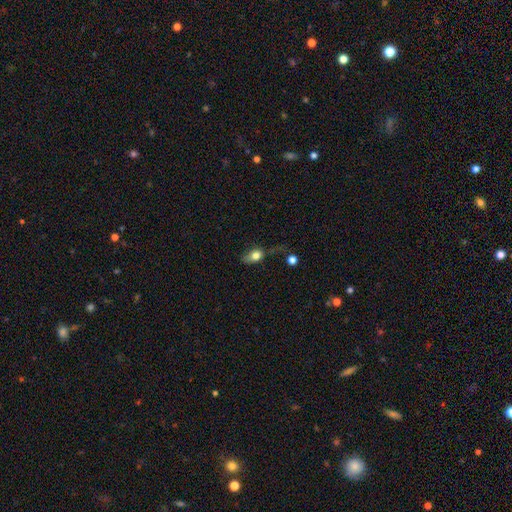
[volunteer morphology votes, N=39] Q: Smooth or featured?
A: smooth (79%); runner-up: featured or disk (15%)
Q: How rounded?
A: in between (68%); runner-up: round (26%)
Q: Merging?
A: major disturbance (41%); runner-up: none (27%)